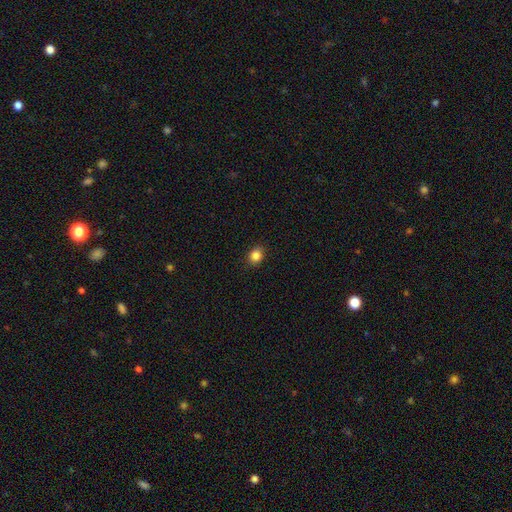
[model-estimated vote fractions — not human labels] smooth_or_featured: smooth (p=0.84) [alt: star or artifact p=0.11]
how_rounded: round (p=0.62) [alt: in between p=0.37]
merging: none (p=0.89) [alt: minor disturbance p=0.08]